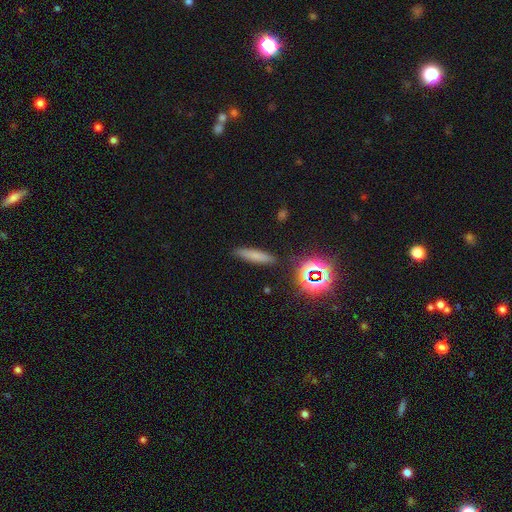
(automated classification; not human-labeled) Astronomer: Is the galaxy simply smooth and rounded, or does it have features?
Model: smooth — 71%.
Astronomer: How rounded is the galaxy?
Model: cigar-shaped — 83%.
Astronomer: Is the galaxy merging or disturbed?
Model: none — 87%.